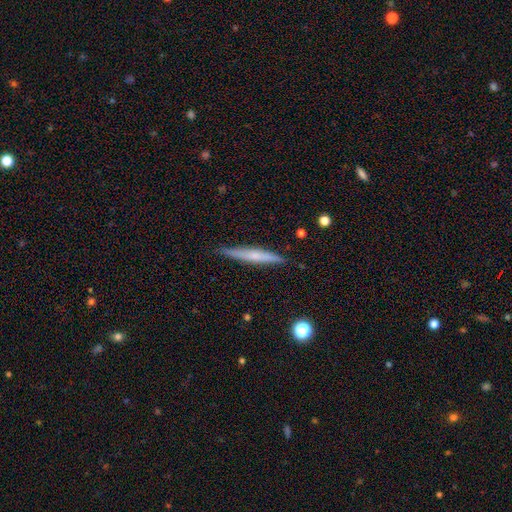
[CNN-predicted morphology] The model was most divided on "smooth or featured": featured or disk: 48%, smooth: 46%, star or artifact: 6%. More confident: merging — none (87%).